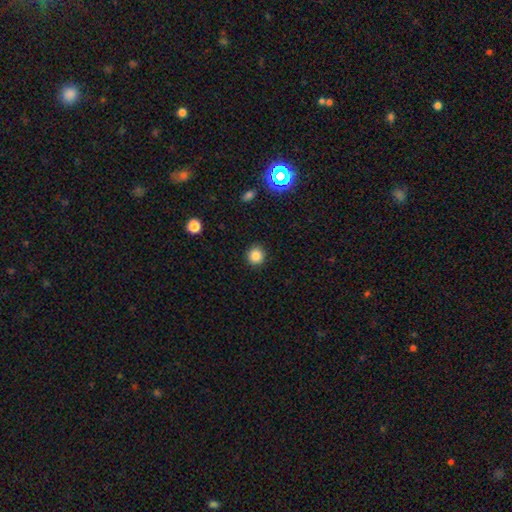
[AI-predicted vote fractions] Smooth or featured: smooth — 85% (star or artifact — 11%)
How rounded: round — 92% (in between — 7%)
Merging: none — 92% (minor disturbance — 5%)